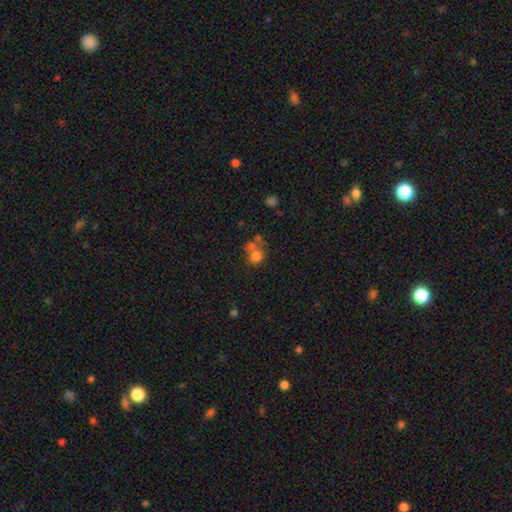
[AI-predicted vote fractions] The model was most divided on "merging": merger: 42%, none: 41%, minor disturbance: 10%, major disturbance: 7%. More confident: how rounded — round (76%); smooth or featured — smooth (68%).